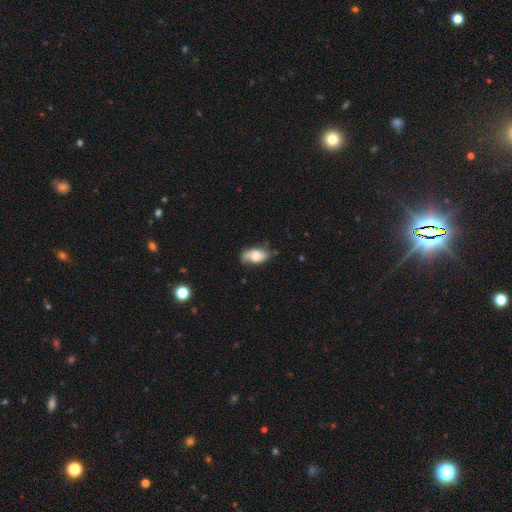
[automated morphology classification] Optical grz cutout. It shows a smooth galaxy with no disk features (61%) that is in between round and cigar-shaped (91%). Merging: none (59%).